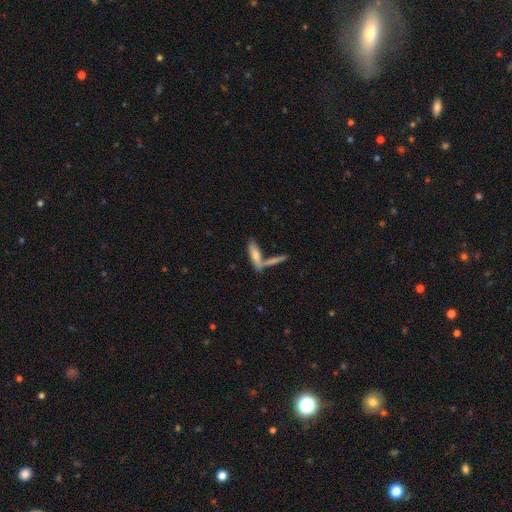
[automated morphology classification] type=smooth (62%); roundness=cigar-shaped (67%); merging=none (49%).